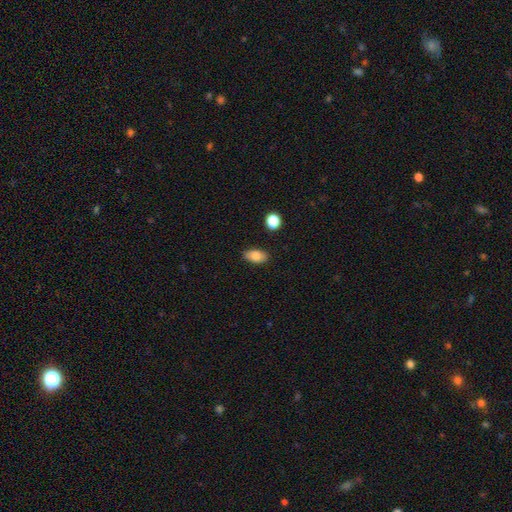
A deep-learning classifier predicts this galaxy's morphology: smooth 82%, featured or disk 10%, star or artifact 8%. Down the decision tree: how rounded — in between (91%); merging — none (86%).